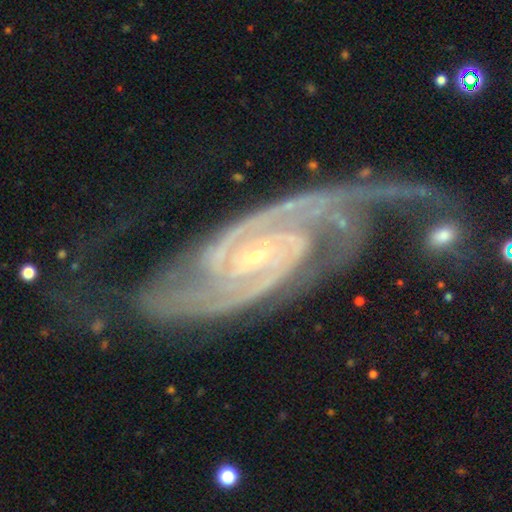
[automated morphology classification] Smooth or featured? featured or disk (93%)
Edge-on disk? no (97%)
Bar? no (43%)
Spiral arms? yes (99%)
Spiral winding? medium (45%)
Spiral arm count? 2 (83%)
Bulge size? small (81%)
Merging? none (47%)